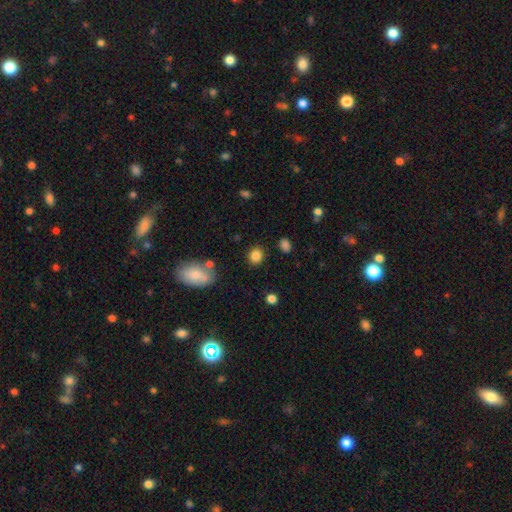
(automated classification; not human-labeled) Morphology: type=smooth (85%); roundness=round (67%); merging=none (85%).